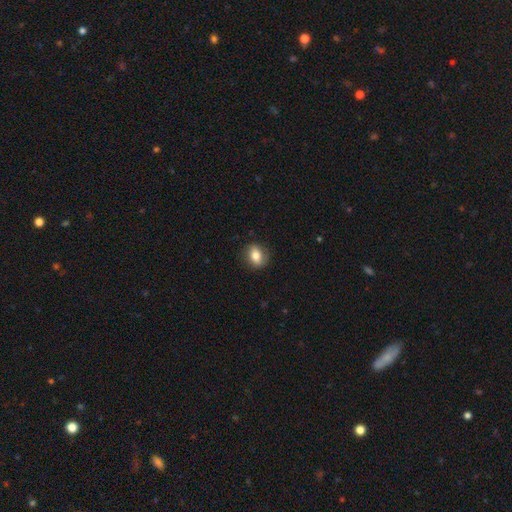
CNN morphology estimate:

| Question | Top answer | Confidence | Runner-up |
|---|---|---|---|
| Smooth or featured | smooth | 71% | featured or disk (21%) |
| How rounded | in between | 59% | round (39%) |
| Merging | none | 80% | minor disturbance (15%) |